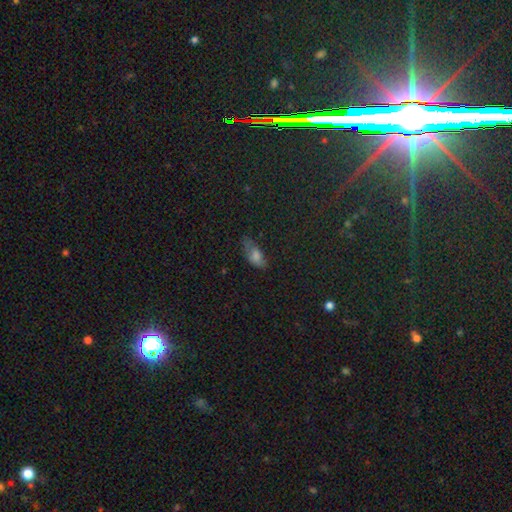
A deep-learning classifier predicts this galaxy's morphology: smooth_or_featured: smooth (p=0.66) [alt: featured or disk p=0.17]
how_rounded: in between (p=0.82) [alt: cigar-shaped p=0.13]
merging: none (p=0.54) [alt: minor disturbance p=0.32]